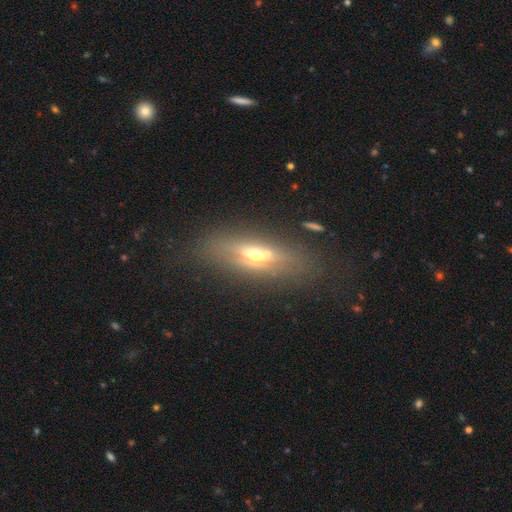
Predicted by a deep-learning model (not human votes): The model was most divided on "smooth or featured": featured or disk: 54%, smooth: 34%, star or artifact: 13%. More confident: edge-on disk — yes (67%); merging — none (67%).